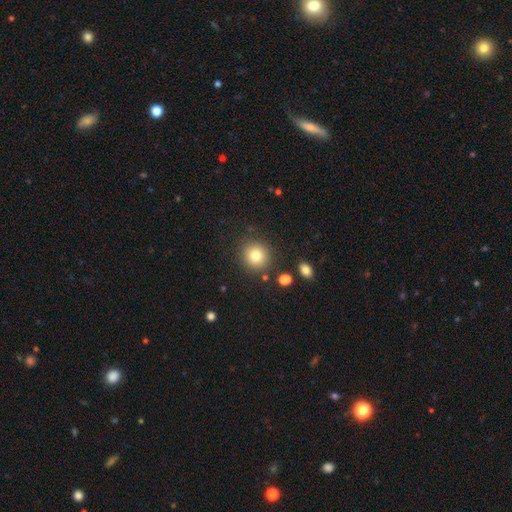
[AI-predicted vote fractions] Smooth or featured?
  - smooth: 81% *
  - star or artifact: 11%
  - featured or disk: 8%
How rounded?
  - round: 91% *
  - in between: 9%
  - cigar-shaped: 1%
Merging?
  - none: 86% *
  - minor disturbance: 7%
  - merger: 3%
  - major disturbance: 3%